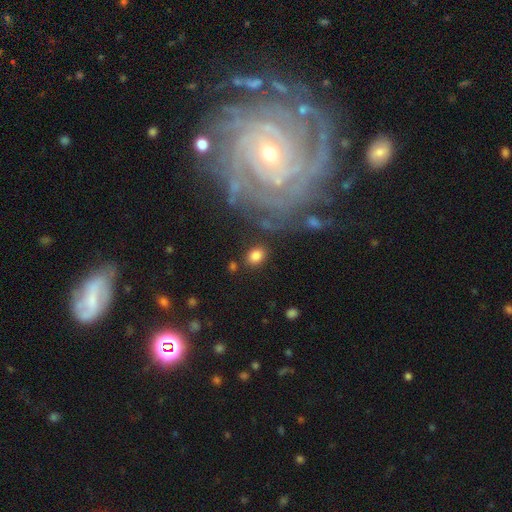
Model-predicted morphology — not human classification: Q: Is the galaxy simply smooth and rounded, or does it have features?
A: smooth — 84%.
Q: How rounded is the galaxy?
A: in between — 57%.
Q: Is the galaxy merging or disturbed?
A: none — 81%.